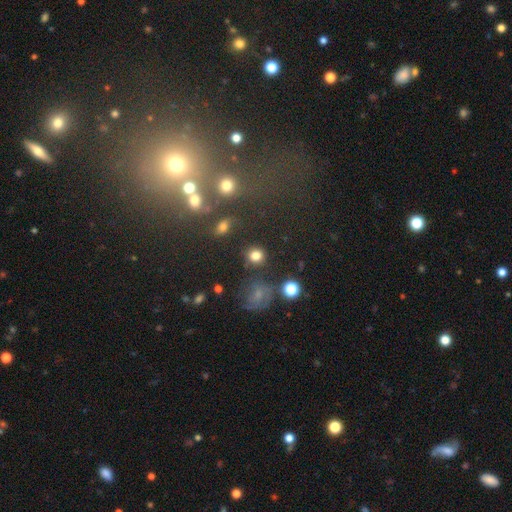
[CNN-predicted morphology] smooth 81%, star or artifact 13%, featured or disk 6%. Down the decision tree: how rounded — round (85%); merging — none (83%).